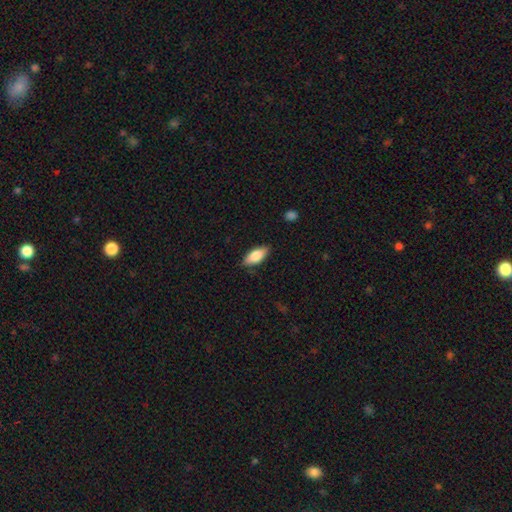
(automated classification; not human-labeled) The model was most divided on "smooth or featured": smooth: 79%, featured or disk: 15%, star or artifact: 6%. More confident: merging — none (84%); how rounded — in between (84%).